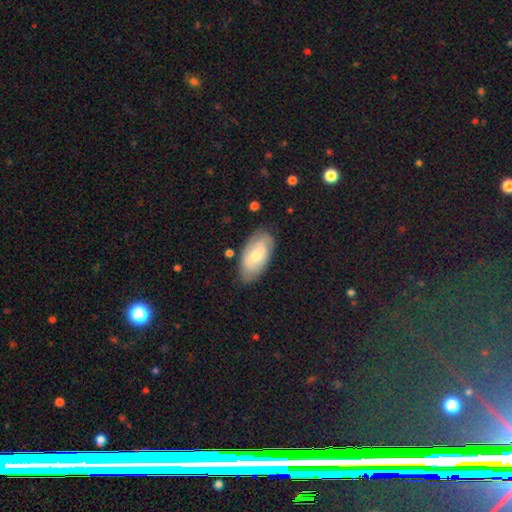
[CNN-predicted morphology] A smooth galaxy with no disk features (53%) that is in between round and cigar-shaped (93%).

Vote fractions:
- Smooth or featured? smooth: 53% / featured or disk: 41% / star or artifact: 6%
- How rounded? in between: 93% / cigar-shaped: 3% / round: 3%
- Merging? none: 73% / minor disturbance: 20% / major disturbance: 5% / merger: 2%